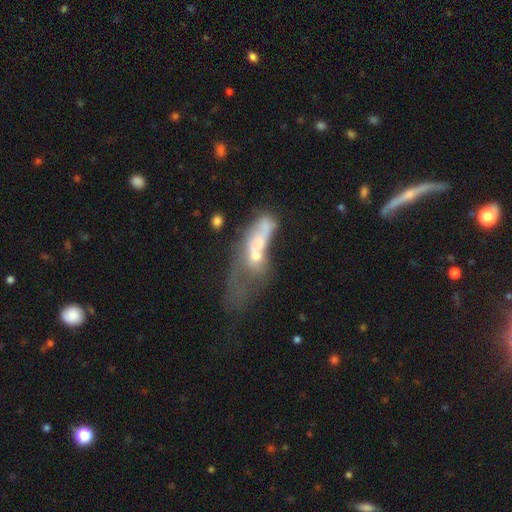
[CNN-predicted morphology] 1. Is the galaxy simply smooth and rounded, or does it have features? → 45% smooth, 44% featured or disk, 12% star or artifact.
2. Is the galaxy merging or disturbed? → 58% merger, 28% major disturbance, 8% none, 6% minor disturbance.